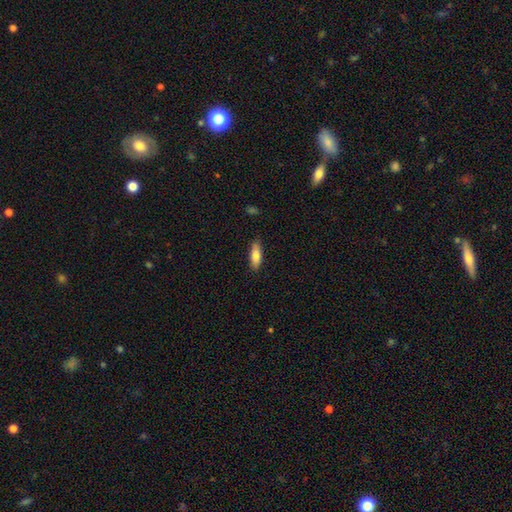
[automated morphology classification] A smooth galaxy with no disk features (79%) that is in between round and cigar-shaped (57%).

Vote fractions:
- Smooth or featured? smooth: 79% / featured or disk: 15% / star or artifact: 6%
- How rounded? in between: 57% / cigar-shaped: 41% / round: 2%
- Merging? none: 85% / minor disturbance: 11% / major disturbance: 2% / merger: 1%